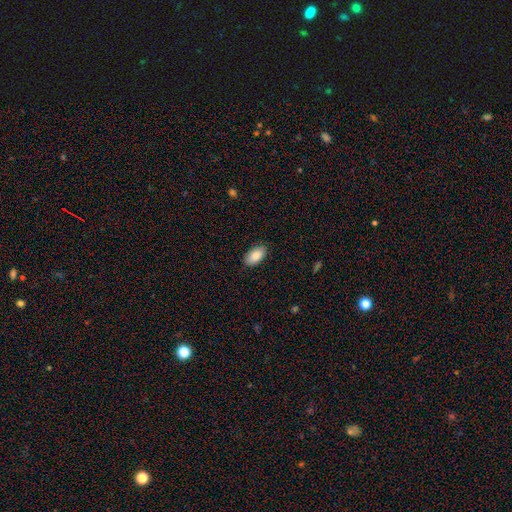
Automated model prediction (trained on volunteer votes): A smooth galaxy with no disk features (87%) that is in between round and cigar-shaped (94%). Merging: none (87%).